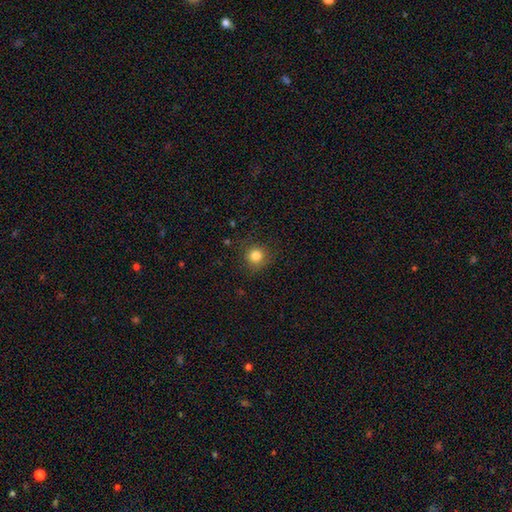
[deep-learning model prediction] A smooth galaxy with no disk features (83%) that is round (93%). Merging: none (87%).